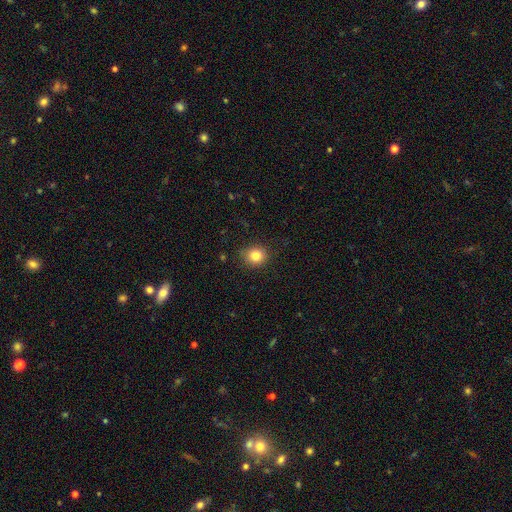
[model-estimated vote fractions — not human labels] Overall: smooth (83%). How rounded: round (81%). Merging: none (87%).